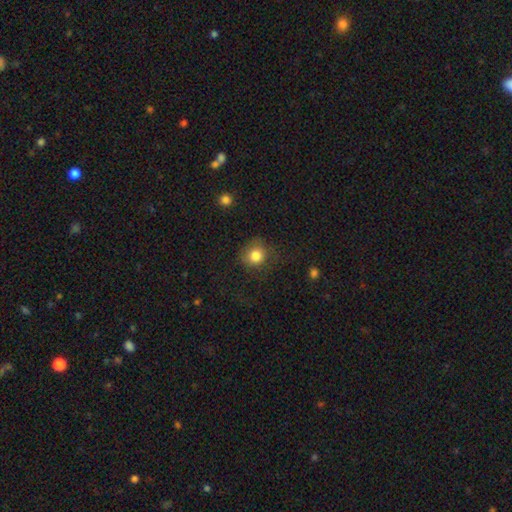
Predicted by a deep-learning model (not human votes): smooth 82%, star or artifact 11%, featured or disk 7%. Down the decision tree: how rounded — round (81%); merging — none (66%).